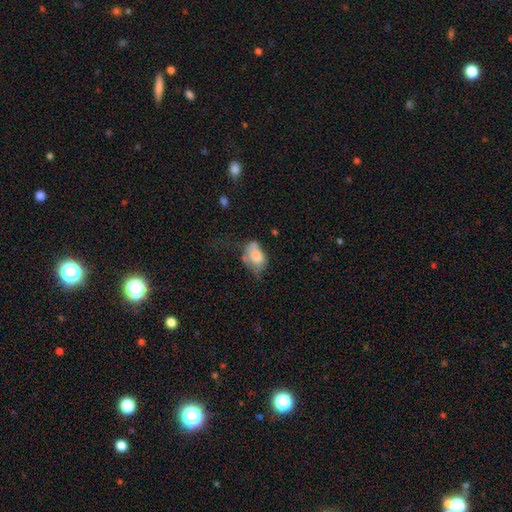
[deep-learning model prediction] Morphology: type=smooth (71%); roundness=in between (84%); merging=minor disturbance (32%).